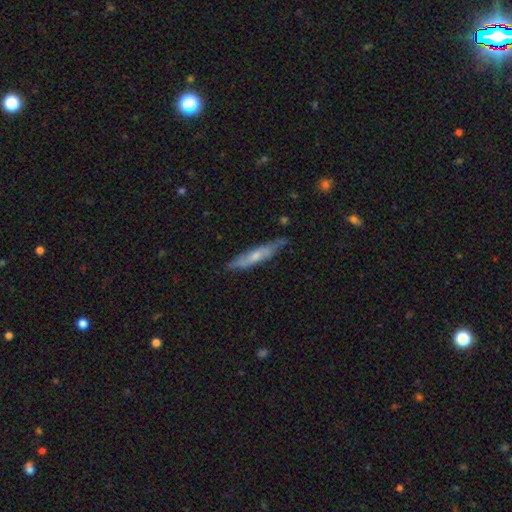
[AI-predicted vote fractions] smooth-or-featured: featured or disk: 53% | smooth: 40% | star or artifact: 6%
  disk-edge-on: yes: 74% | no: 26%
  merging: none: 76% | minor disturbance: 19% | major disturbance: 3% | merger: 2%